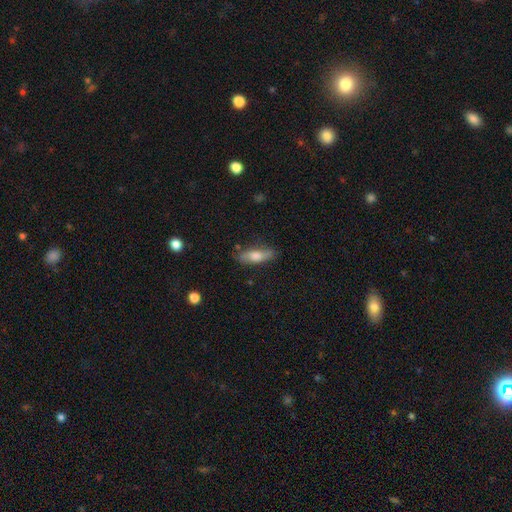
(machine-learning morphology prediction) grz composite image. It shows a smooth galaxy with no disk features (64%) that is in between round and cigar-shaped (52%). Merging: none (77%).